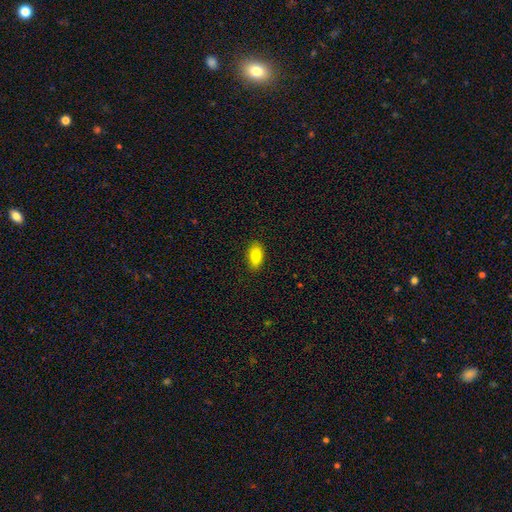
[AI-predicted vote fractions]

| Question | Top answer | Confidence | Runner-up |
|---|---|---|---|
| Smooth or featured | smooth | 83% | featured or disk (10%) |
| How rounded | in between | 90% | cigar-shaped (5%) |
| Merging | none | 88% | minor disturbance (9%) |